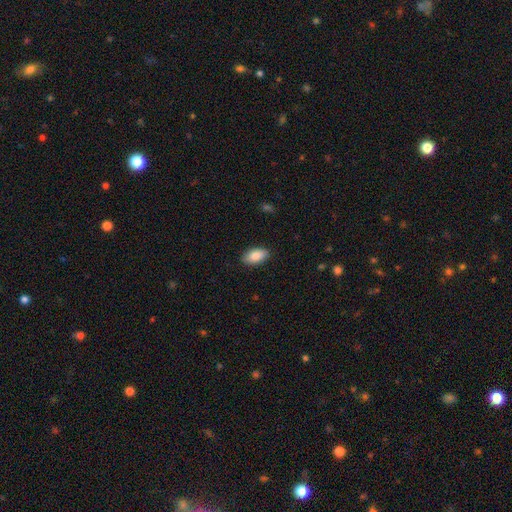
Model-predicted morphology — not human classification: Overall: smooth (88%). How rounded: in between (94%). Merging: none (88%).